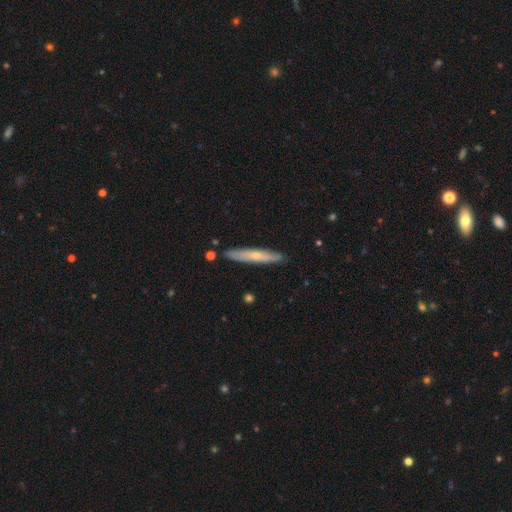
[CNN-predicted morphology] type=smooth (48%); merging=none (86%).